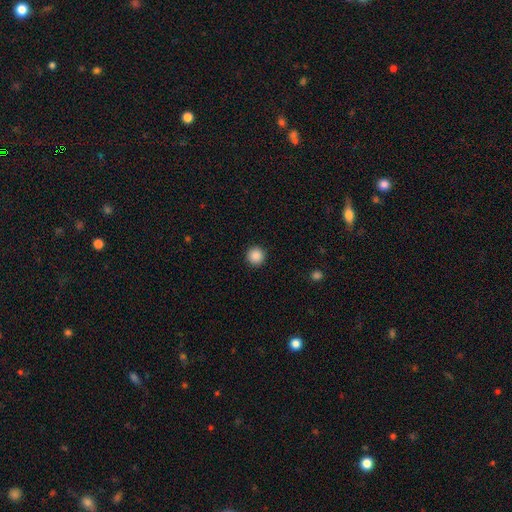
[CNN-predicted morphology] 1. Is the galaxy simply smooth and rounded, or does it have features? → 88% smooth, 10% star or artifact, 2% featured or disk.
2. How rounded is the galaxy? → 96% round, 3% in between, 1% cigar-shaped.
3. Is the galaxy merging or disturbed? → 93% none, 4% minor disturbance, 2% major disturbance, 1% merger.